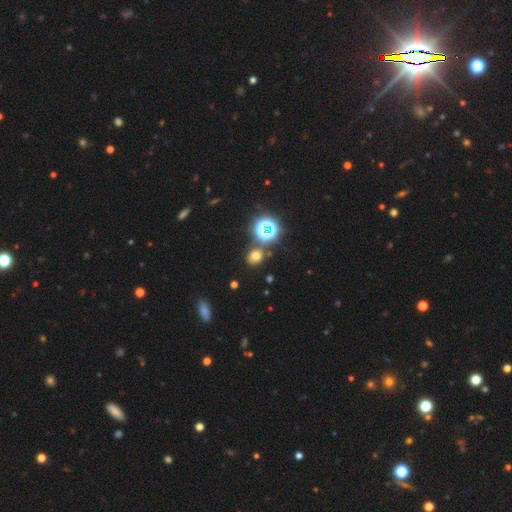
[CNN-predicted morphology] A smooth galaxy with no disk features (59%) that is round (68%). Merging: none (77%).